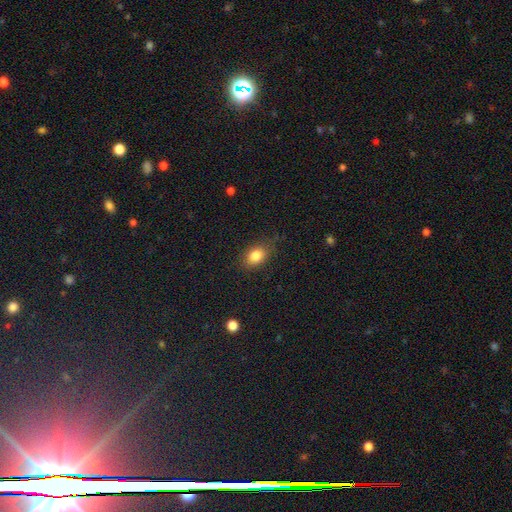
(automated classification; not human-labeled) A smooth galaxy with no disk features (82%) that is in between round and cigar-shaped (75%).

Vote fractions:
- Smooth or featured? smooth: 82% / star or artifact: 10% / featured or disk: 8%
- How rounded? in between: 75% / round: 23% / cigar-shaped: 2%
- Merging? none: 80% / minor disturbance: 15% / major disturbance: 4% / merger: 1%